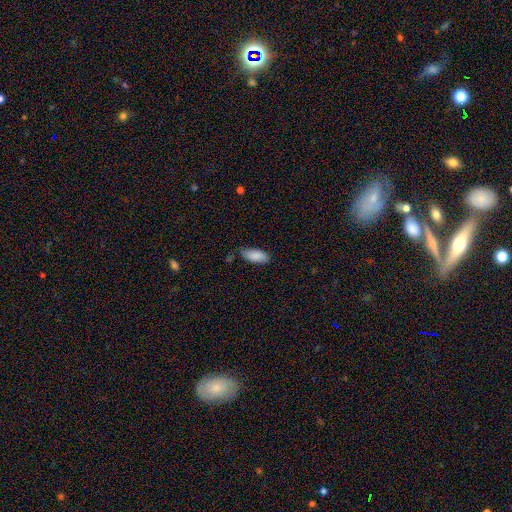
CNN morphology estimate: smooth-or-featured: smooth: 85% | featured or disk: 8% | star or artifact: 6%
  how-rounded: in between: 88% | cigar-shaped: 10% | round: 2%
  merging: none: 72% | minor disturbance: 22% | major disturbance: 3% | merger: 2%